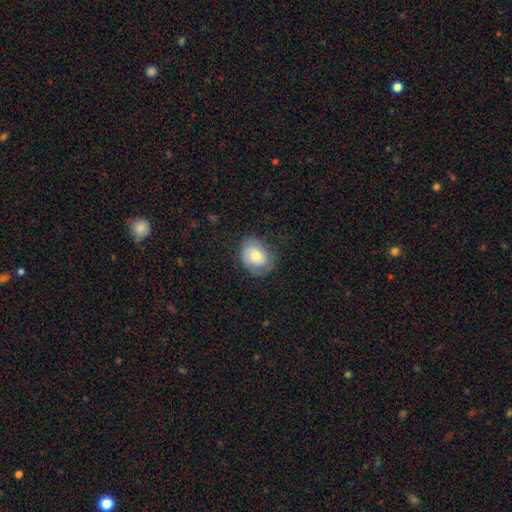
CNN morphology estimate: smooth_or_featured: smooth (p=0.64) [alt: featured or disk p=0.29]
how_rounded: round (p=0.50) [alt: in between p=0.49]
merging: none (p=0.69) [alt: minor disturbance p=0.22]